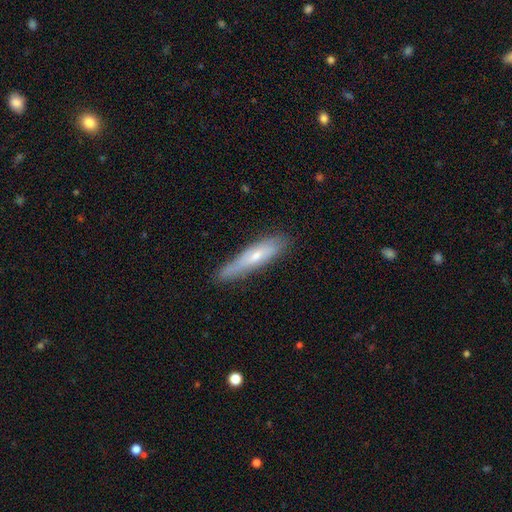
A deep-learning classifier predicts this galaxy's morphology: This appears to be a smooth galaxy with no disk features (53%) that is cigar-shaped (81%). Merging: none (73%).